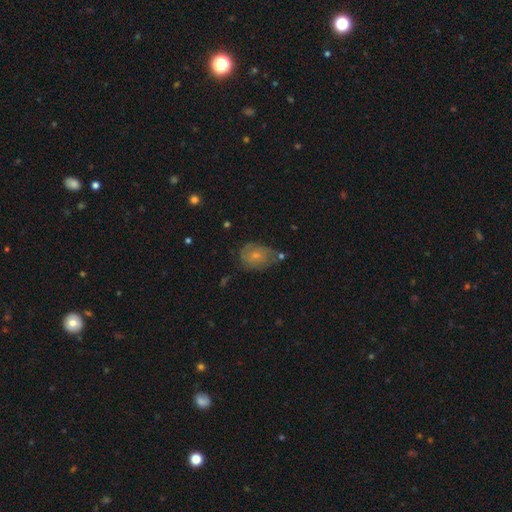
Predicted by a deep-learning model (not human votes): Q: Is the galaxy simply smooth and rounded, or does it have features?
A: smooth — 48%.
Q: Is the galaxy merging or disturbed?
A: none — 52%.